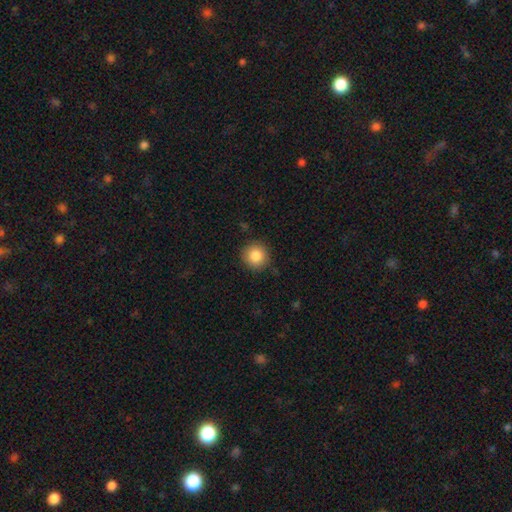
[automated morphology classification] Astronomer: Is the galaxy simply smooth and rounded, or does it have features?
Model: smooth — 85%.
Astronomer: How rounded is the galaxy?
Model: round — 94%.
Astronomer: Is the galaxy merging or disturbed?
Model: none — 88%.